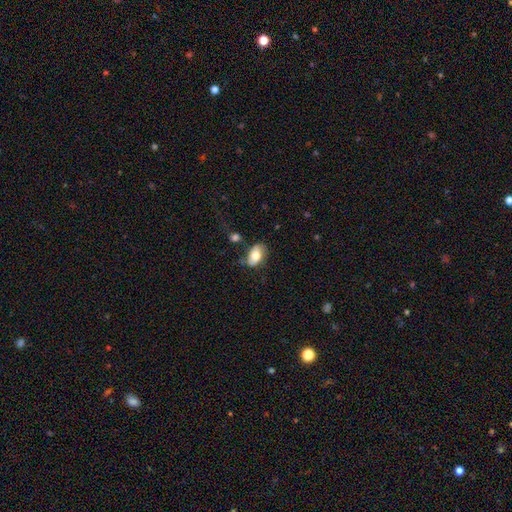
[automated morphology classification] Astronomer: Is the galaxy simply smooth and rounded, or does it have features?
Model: smooth — 69%.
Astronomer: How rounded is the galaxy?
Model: in between — 91%.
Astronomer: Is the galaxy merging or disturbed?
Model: none — 62%.